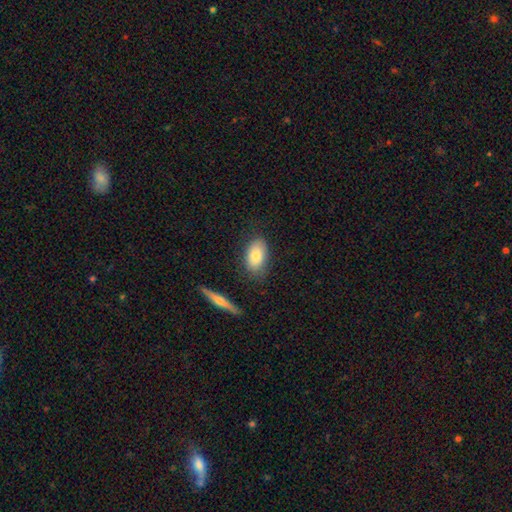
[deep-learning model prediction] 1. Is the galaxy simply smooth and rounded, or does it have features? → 81% smooth, 12% featured or disk, 7% star or artifact.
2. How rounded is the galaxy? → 91% in between, 6% round, 3% cigar-shaped.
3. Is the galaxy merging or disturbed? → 76% none, 16% minor disturbance, 4% major disturbance, 4% merger.